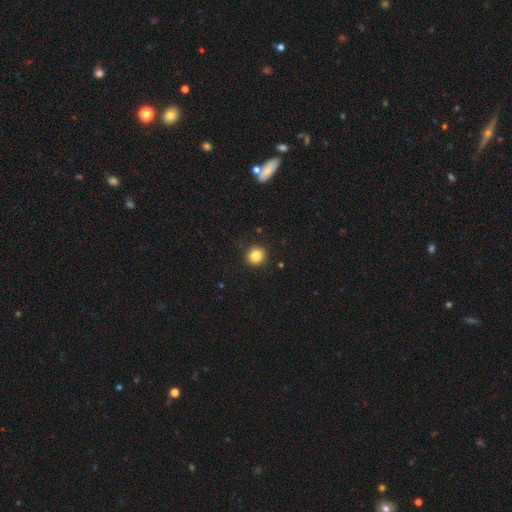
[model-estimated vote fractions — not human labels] Smooth or featured? smooth (85%)
How rounded? round (88%)
Merging? none (89%)